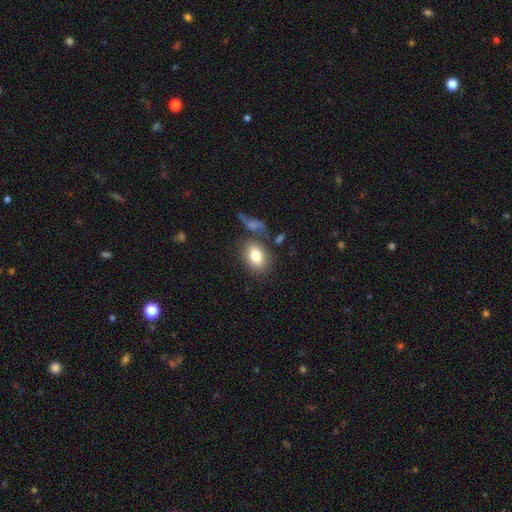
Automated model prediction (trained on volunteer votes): Smooth or featured? smooth (80%)
How rounded? in between (78%)
Merging? none (70%)